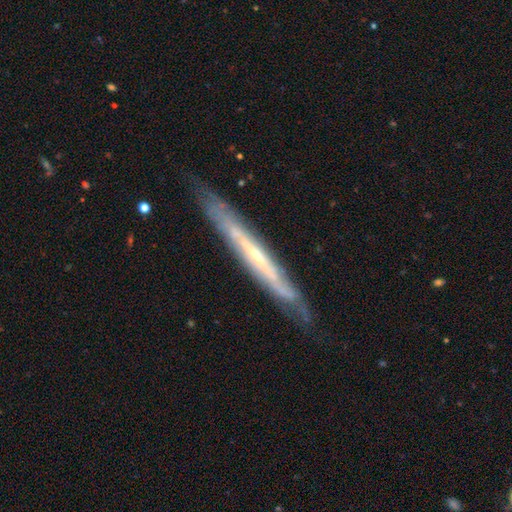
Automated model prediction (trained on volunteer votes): smooth_or_featured: featured or disk (p=0.76) [alt: smooth p=0.18]
disk_edge_on: yes (p=0.79) [alt: no p=0.21]
edge_on_bulge: none (p=0.64) [alt: rounded p=0.30]
merging: none (p=0.75) [alt: minor disturbance p=0.18]